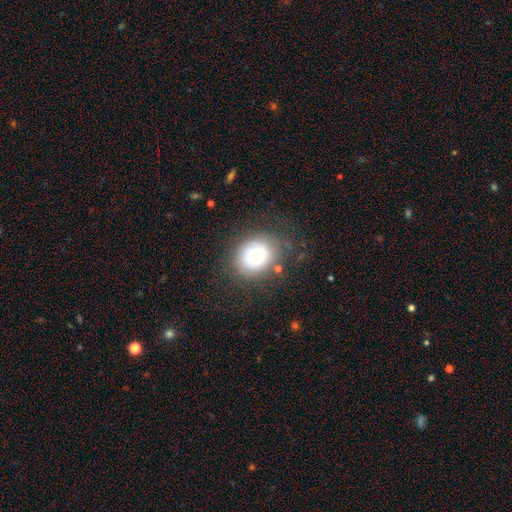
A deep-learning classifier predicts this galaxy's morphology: This appears to be a smooth galaxy with no disk features (67%) that is round (50%). Merging: none (68%).